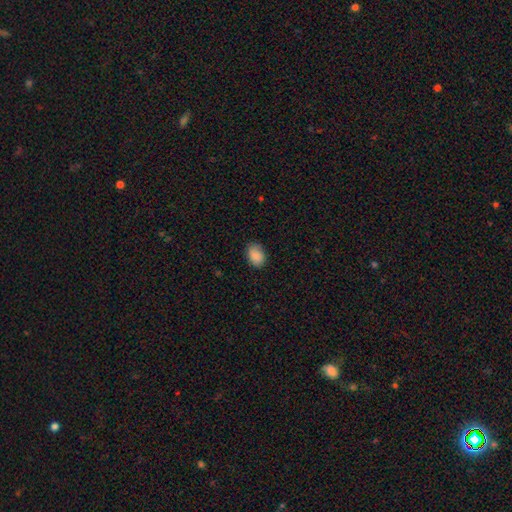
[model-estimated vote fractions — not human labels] This appears to be a smooth galaxy with no disk features (89%) that is in between round and cigar-shaped (80%). Merging: none (81%).